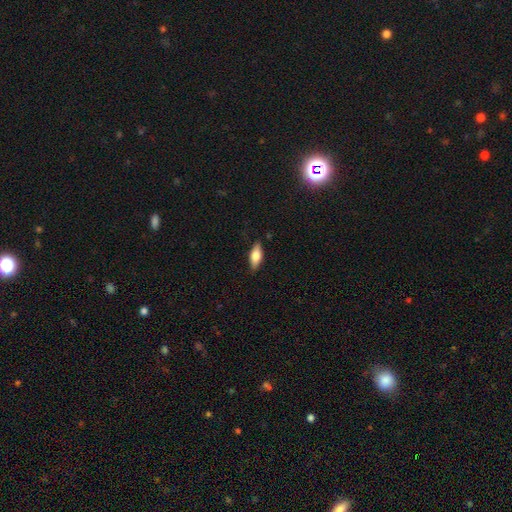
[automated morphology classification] Smooth or featured?
  - smooth: 66% *
  - featured or disk: 28%
  - star or artifact: 7%
How rounded?
  - in between: 71% *
  - cigar-shaped: 26%
  - round: 3%
Merging?
  - none: 84% *
  - minor disturbance: 12%
  - major disturbance: 3%
  - merger: 1%